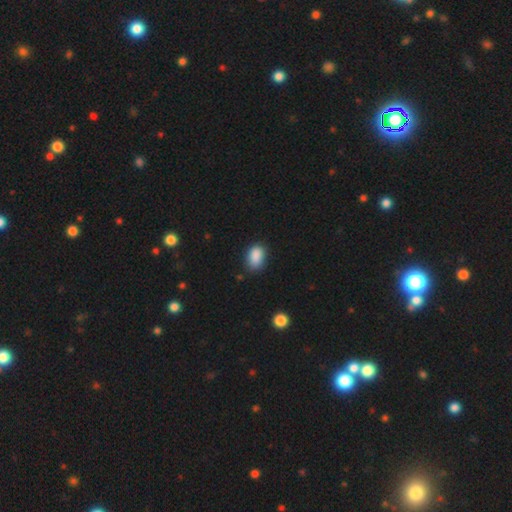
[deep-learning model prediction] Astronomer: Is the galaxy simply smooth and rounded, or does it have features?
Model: smooth — 88%.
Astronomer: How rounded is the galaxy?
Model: in between — 86%.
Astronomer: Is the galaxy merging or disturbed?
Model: none — 77%.